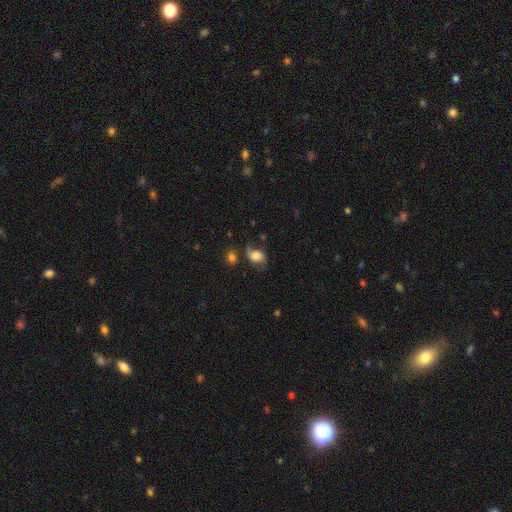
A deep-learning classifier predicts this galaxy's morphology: A smooth galaxy with no disk features (51%) that is in between round and cigar-shaped (61%). Merging: none (50%).